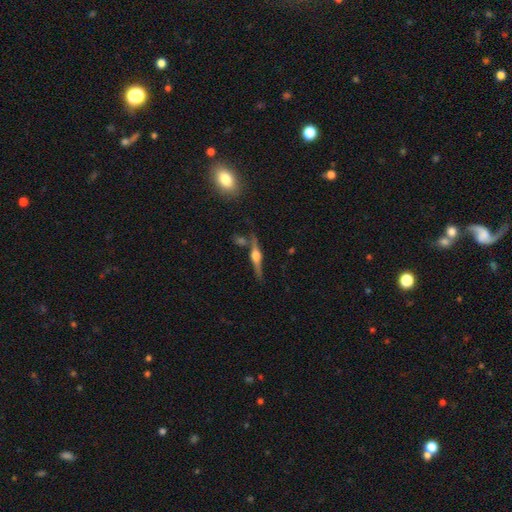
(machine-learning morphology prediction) A featured or disk galaxy (81%) viewed edge-on (97%) with a rounded central bulge (93%).

Vote fractions:
- Smooth or featured? featured or disk: 81% / smooth: 13% / star or artifact: 6%
- Edge-on disk? yes: 97% / no: 3%
- Edge-on bulge? rounded: 93% / boxy: 5% / none: 2%
- Merging? none: 77% / minor disturbance: 11% / merger: 9% / major disturbance: 3%